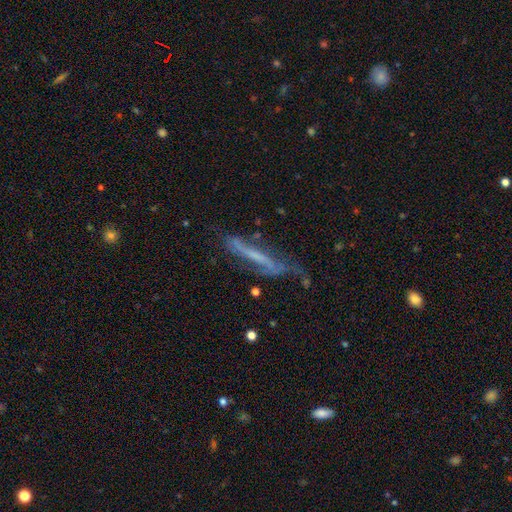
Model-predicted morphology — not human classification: Q: Smooth or featured?
A: featured or disk (62%); runner-up: smooth (28%)
Q: Edge-on disk?
A: yes (67%); runner-up: no (33%)
Q: Merging?
A: none (49%); runner-up: minor disturbance (29%)